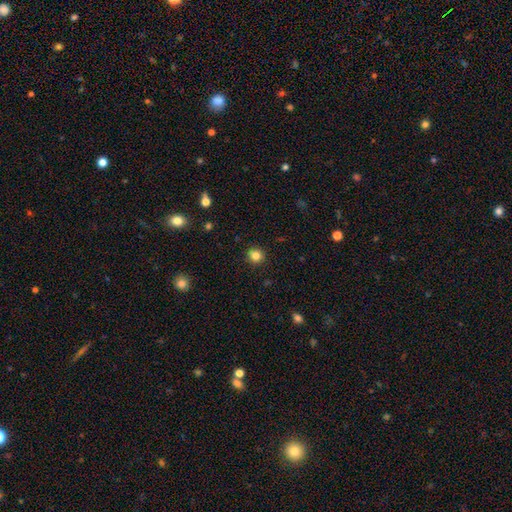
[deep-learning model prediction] This appears to be a smooth galaxy with no disk features (83%) that is round (92%). Merging: none (92%).